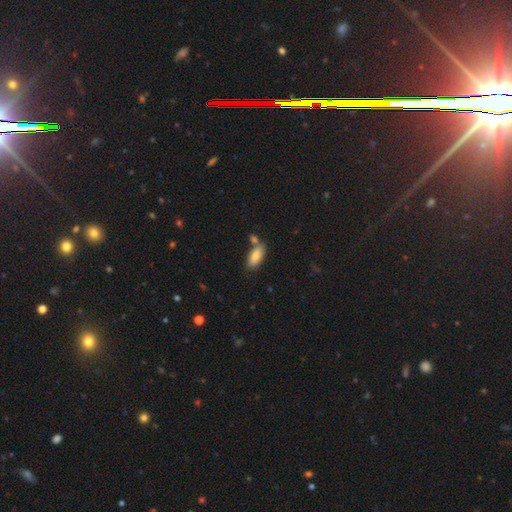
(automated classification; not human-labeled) The model was most divided on "merging": none: 64%, merger: 19%, minor disturbance: 13%, major disturbance: 3%. More confident: how rounded — in between (83%); smooth or featured — smooth (83%).